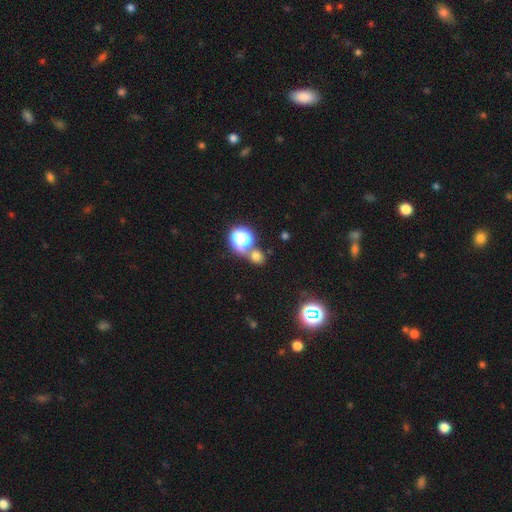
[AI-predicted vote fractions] This is likely a smooth galaxy (64%). How rounded: likely round (76%). Merging: likely none (65%).